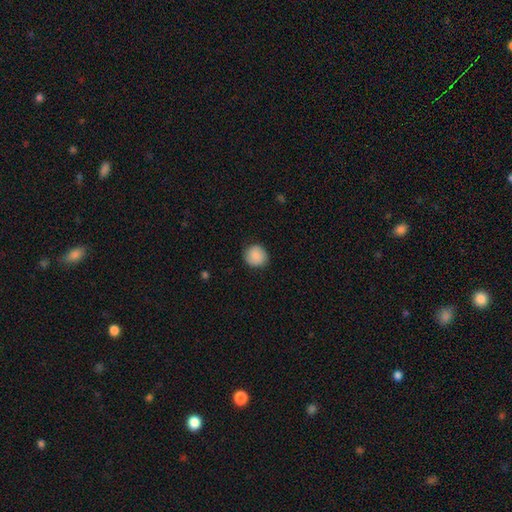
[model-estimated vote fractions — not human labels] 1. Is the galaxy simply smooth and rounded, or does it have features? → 88% smooth, 7% star or artifact, 5% featured or disk.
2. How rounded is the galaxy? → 90% round, 9% in between, 1% cigar-shaped.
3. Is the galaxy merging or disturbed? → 86% none, 10% minor disturbance, 3% major disturbance, 1% merger.